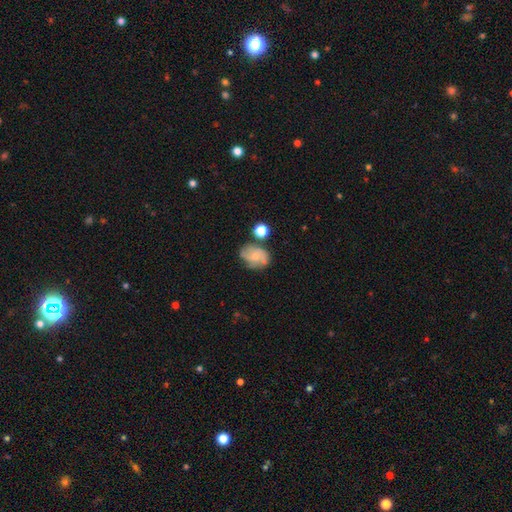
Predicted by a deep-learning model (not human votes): A featured or disk galaxy (51%). Merging: none (52%).